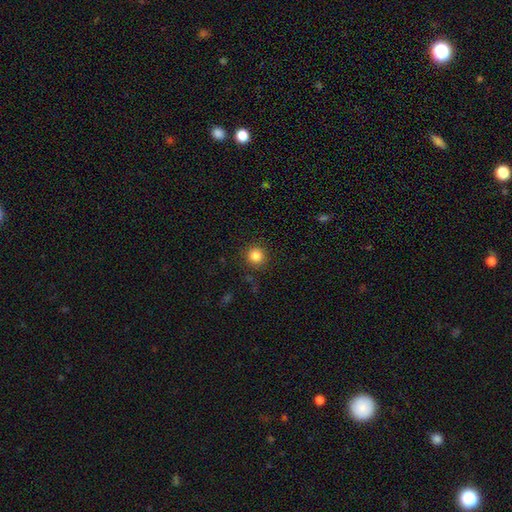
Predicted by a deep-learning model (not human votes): Smooth or featured? Predicted: smooth (p=0.84). How rounded? Predicted: round (p=0.94). Merging? Predicted: none (p=0.90).